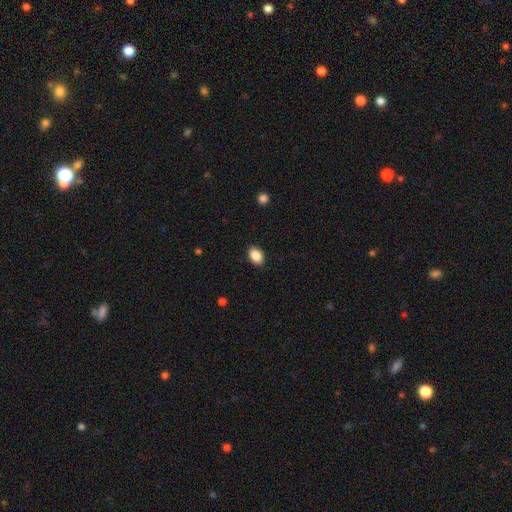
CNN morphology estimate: This is clearly a smooth galaxy (89%). How rounded: clearly in between (85%). Merging: clearly none (89%).